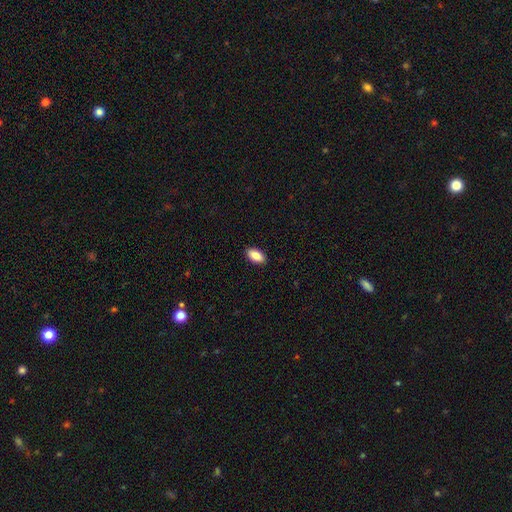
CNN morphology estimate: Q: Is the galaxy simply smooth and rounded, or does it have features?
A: smooth — 87%.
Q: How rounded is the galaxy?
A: in between — 93%.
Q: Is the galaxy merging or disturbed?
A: none — 91%.